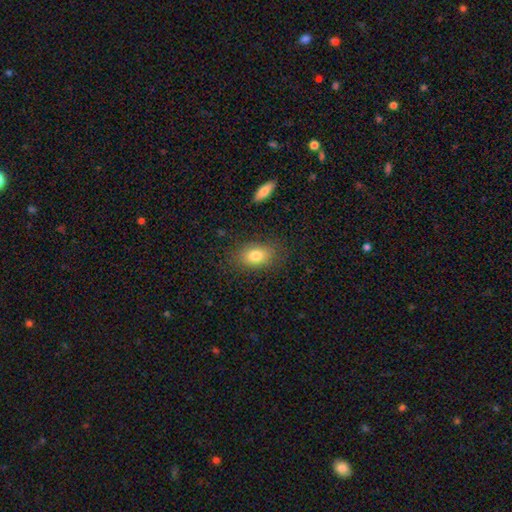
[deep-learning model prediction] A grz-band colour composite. It shows a smooth galaxy with no disk features (81%) that is in between round and cigar-shaped (83%). Merging: none (82%).